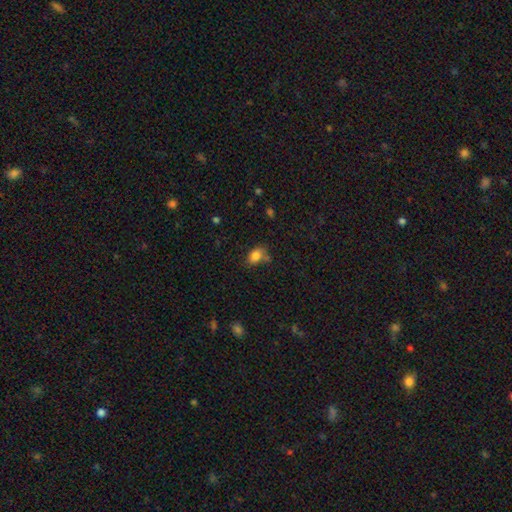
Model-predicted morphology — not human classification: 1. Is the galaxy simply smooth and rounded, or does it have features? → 82% smooth, 10% star or artifact, 8% featured or disk.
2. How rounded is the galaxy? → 81% in between, 18% round, 2% cigar-shaped.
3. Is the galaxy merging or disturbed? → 60% none, 22% minor disturbance, 11% merger, 6% major disturbance.